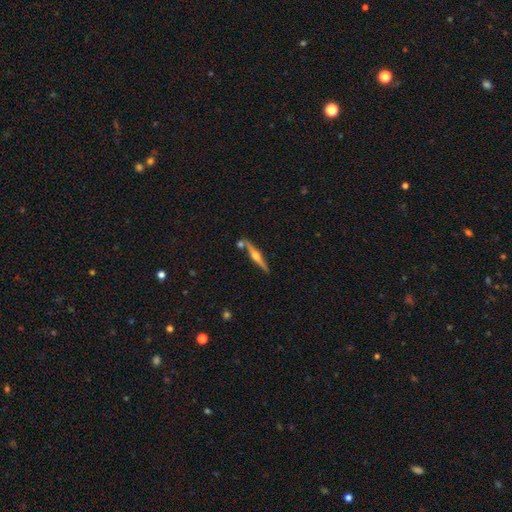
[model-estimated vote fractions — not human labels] Smooth or featured? Predicted: featured or disk (p=0.79). Edge-on disk? Predicted: yes (p=0.98). Edge-on bulge? Predicted: rounded (p=0.95). Merging? Predicted: none (p=0.80).